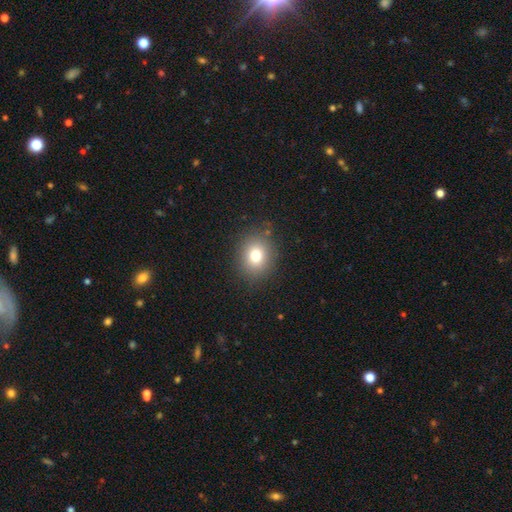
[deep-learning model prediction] smooth_or_featured: smooth (p=0.77) [alt: star or artifact p=0.13]
how_rounded: round (p=0.67) [alt: in between p=0.32]
merging: none (p=0.86) [alt: minor disturbance p=0.09]